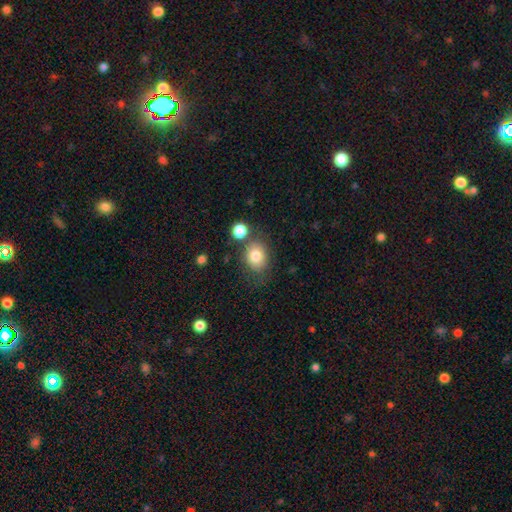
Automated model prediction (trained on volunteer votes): Overall: smooth (81%). How rounded: in between (54%; round 45%). Merging: none (63%).